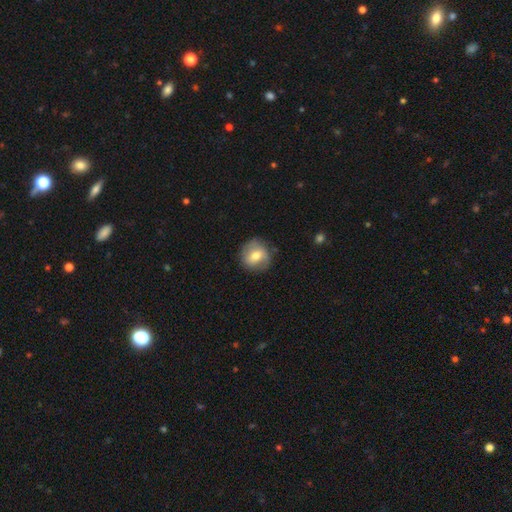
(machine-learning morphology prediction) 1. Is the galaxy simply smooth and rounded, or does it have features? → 58% smooth, 34% featured or disk, 8% star or artifact.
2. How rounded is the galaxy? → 87% round, 12% in between, 1% cigar-shaped.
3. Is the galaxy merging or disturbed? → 80% none, 14% minor disturbance, 4% major disturbance, 1% merger.